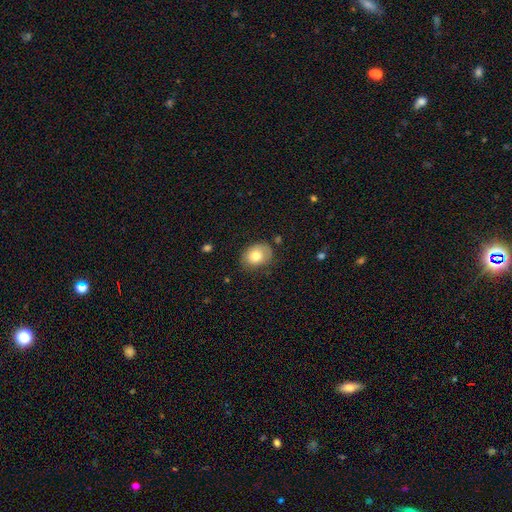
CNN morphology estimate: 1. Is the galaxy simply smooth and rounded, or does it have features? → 75% smooth, 17% featured or disk, 8% star or artifact.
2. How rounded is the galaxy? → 64% in between, 35% round, 1% cigar-shaped.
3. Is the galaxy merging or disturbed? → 73% none, 20% minor disturbance, 5% major disturbance, 2% merger.